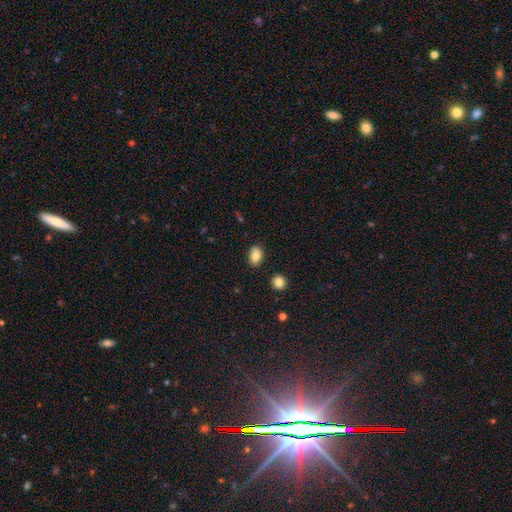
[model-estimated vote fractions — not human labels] The model was most divided on "how rounded": in between: 81%, round: 18%, cigar-shaped: 1%. More confident: smooth or featured — smooth (84%); merging — none (84%).